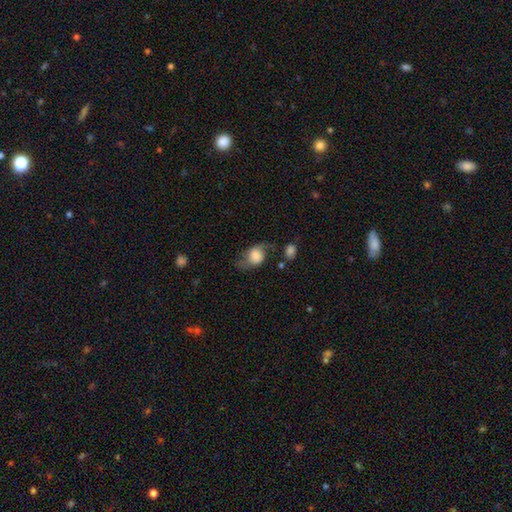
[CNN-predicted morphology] The model was most divided on "merging": none: 43%, minor disturbance: 29%, major disturbance: 21%, merger: 7%. More confident: smooth or featured — smooth (62%); how rounded — in between (61%).